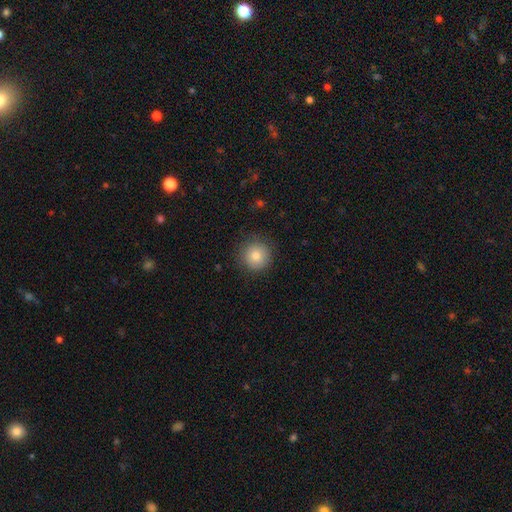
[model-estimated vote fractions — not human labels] Q: Smooth or featured?
A: smooth (80%); runner-up: star or artifact (11%)
Q: How rounded?
A: round (94%); runner-up: in between (5%)
Q: Merging?
A: none (89%); runner-up: minor disturbance (8%)